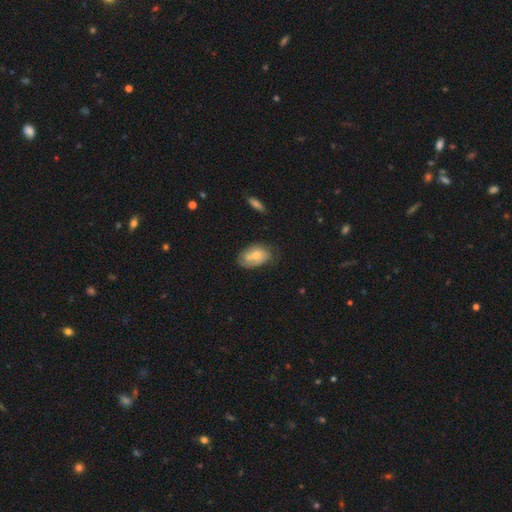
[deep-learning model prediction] smooth 53%, featured or disk 40%, star or artifact 7%. Down the decision tree: how rounded — in between (88%); merging — none (46%).